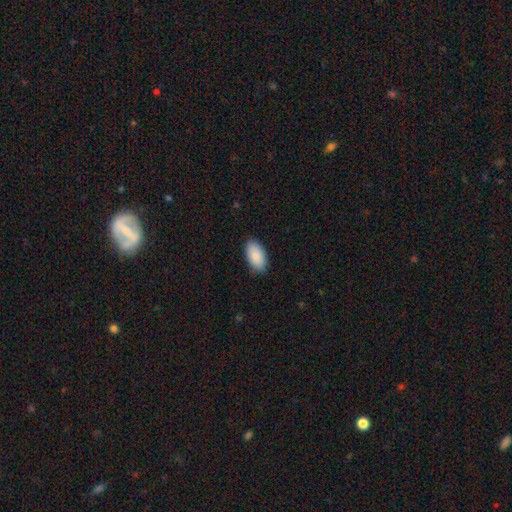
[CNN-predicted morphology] Smooth or featured? smooth (89%)
How rounded? in between (95%)
Merging? none (87%)